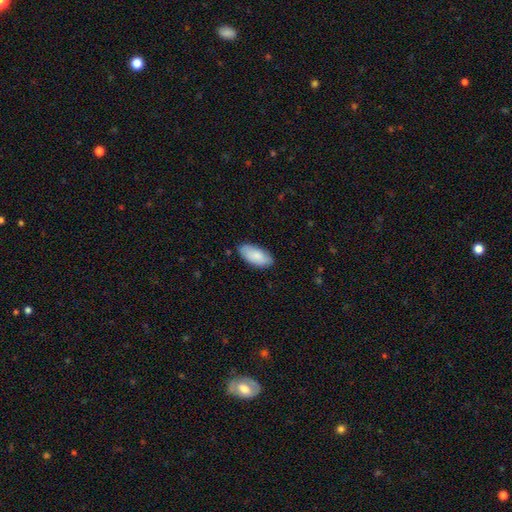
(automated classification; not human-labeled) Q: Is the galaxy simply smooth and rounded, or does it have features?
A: smooth — 85%.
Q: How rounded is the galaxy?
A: in between — 91%.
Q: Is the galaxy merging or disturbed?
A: none — 83%.